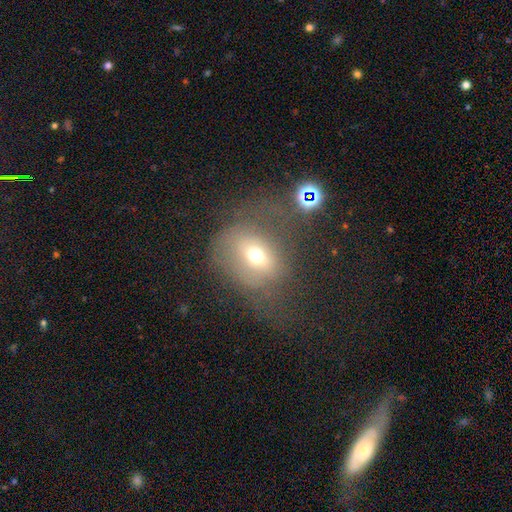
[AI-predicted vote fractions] smooth-or-featured: smooth: 60% | featured or disk: 23% | star or artifact: 17%
  how-rounded: round: 58% | in between: 40% | cigar-shaped: 1%
  merging: none: 38% | major disturbance: 36% | minor disturbance: 19% | merger: 6%